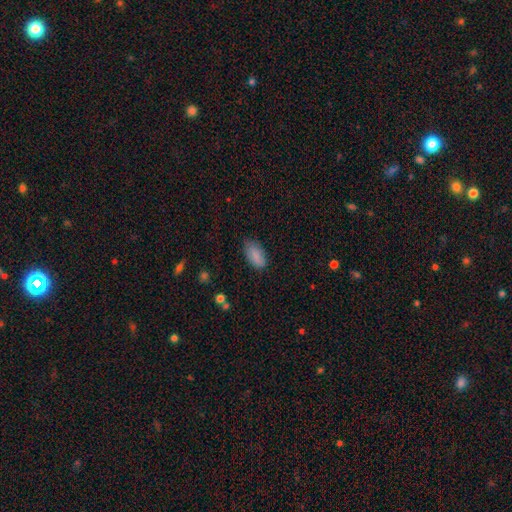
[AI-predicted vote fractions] Q: Smooth or featured?
A: smooth (88%); runner-up: star or artifact (7%)
Q: How rounded?
A: in between (93%); runner-up: cigar-shaped (5%)
Q: Merging?
A: none (76%); runner-up: minor disturbance (19%)